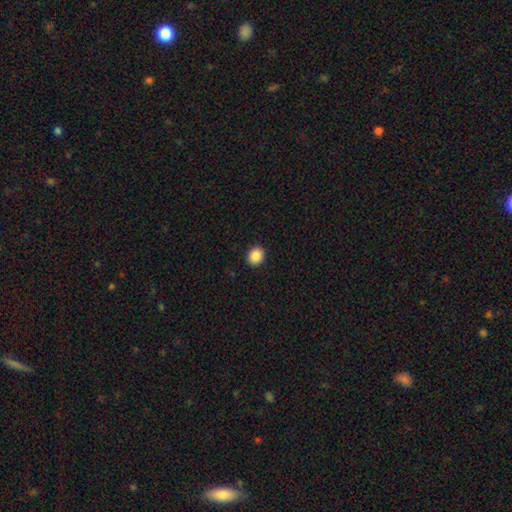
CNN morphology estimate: This is clearly a smooth galaxy (88%). How rounded: likely round (73%). Merging: clearly none (92%).